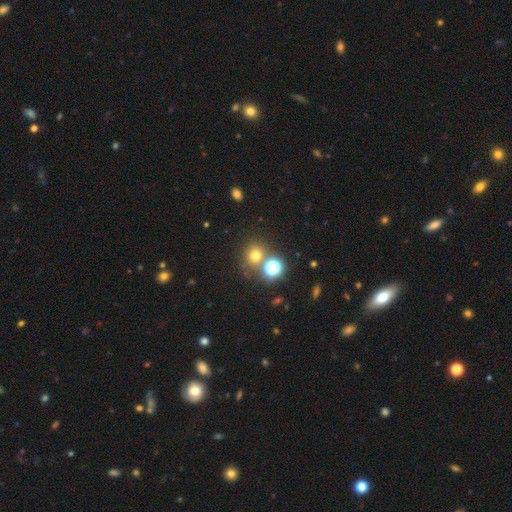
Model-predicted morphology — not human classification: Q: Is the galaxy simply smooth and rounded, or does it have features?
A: smooth — 65%.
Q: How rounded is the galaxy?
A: round — 85%.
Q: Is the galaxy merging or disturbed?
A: none — 69%.